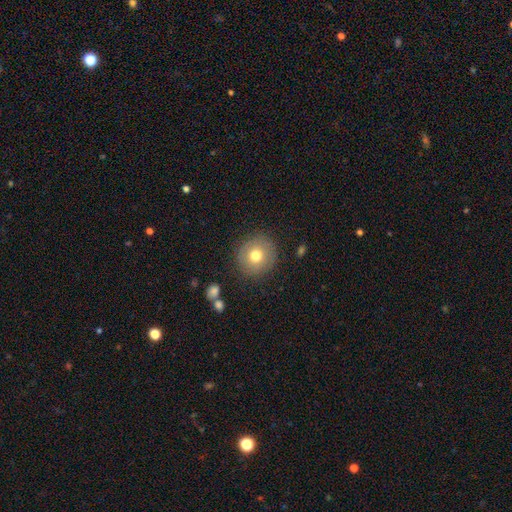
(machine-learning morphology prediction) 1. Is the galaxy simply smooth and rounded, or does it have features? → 72% smooth, 18% featured or disk, 10% star or artifact.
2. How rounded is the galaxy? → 91% round, 8% in between, 1% cigar-shaped.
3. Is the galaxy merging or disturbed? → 86% none, 9% minor disturbance, 3% major disturbance, 2% merger.